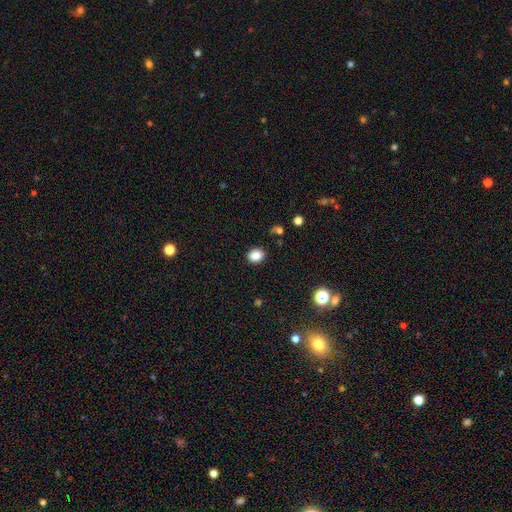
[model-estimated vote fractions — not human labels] Q: Smooth or featured?
A: smooth (85%); runner-up: star or artifact (11%)
Q: How rounded?
A: in between (54%); runner-up: round (45%)
Q: Merging?
A: none (87%); runner-up: minor disturbance (9%)